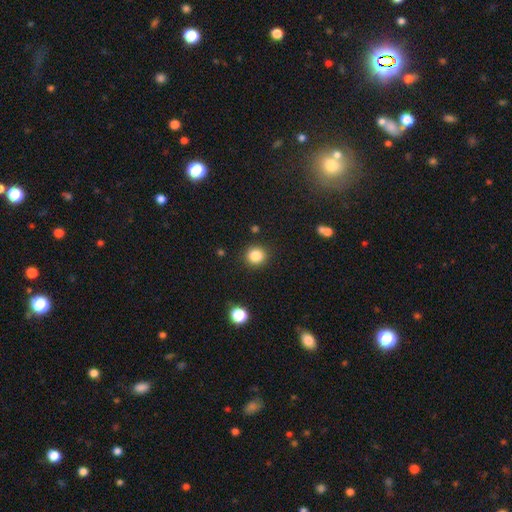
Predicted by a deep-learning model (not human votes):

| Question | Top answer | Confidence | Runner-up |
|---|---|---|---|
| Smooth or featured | smooth | 85% | star or artifact (11%) |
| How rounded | round | 90% | in between (9%) |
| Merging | none | 90% | minor disturbance (6%) |